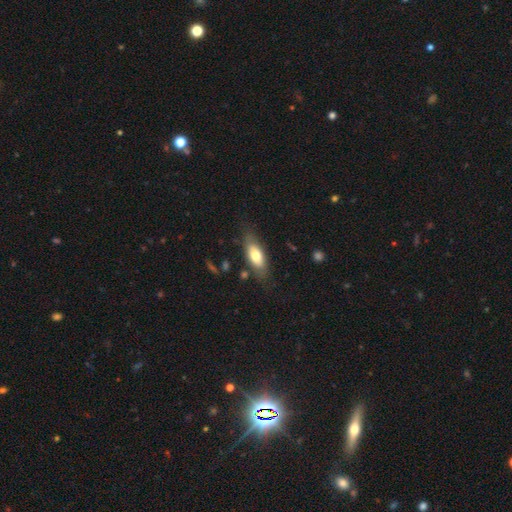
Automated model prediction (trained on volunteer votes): A smooth galaxy with no disk features (68%) that is in between round and cigar-shaped (80%). Merging: none (73%).